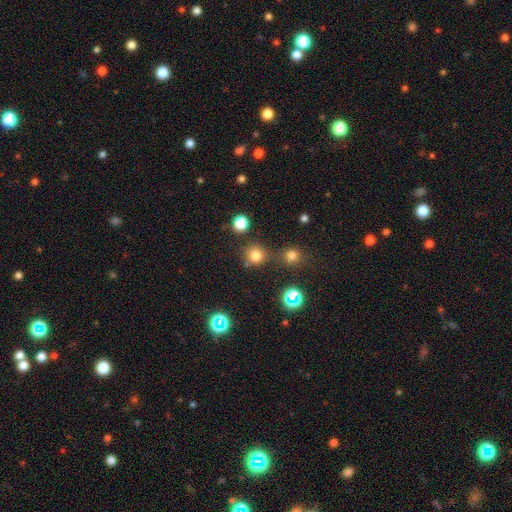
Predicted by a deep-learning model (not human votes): smooth 75%, star or artifact 19%, featured or disk 6%. Down the decision tree: how rounded — round (92%); merging — none (75%).